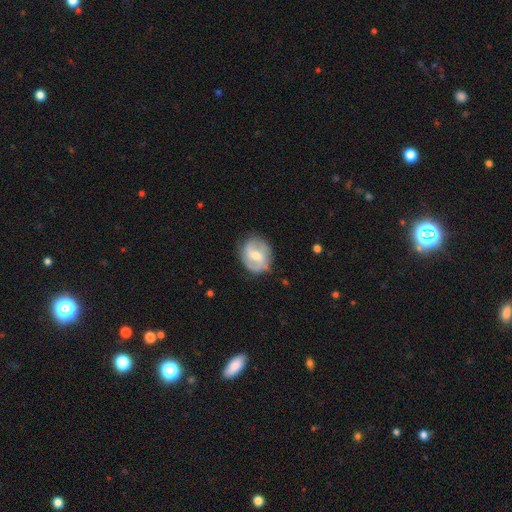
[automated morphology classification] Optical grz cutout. It shows a featured or disk galaxy (66%) with a weak bar (50%), 2 (72%) medium (44%) spiral arms (80%) and a moderate central bulge (59%). Merging: none (75%).